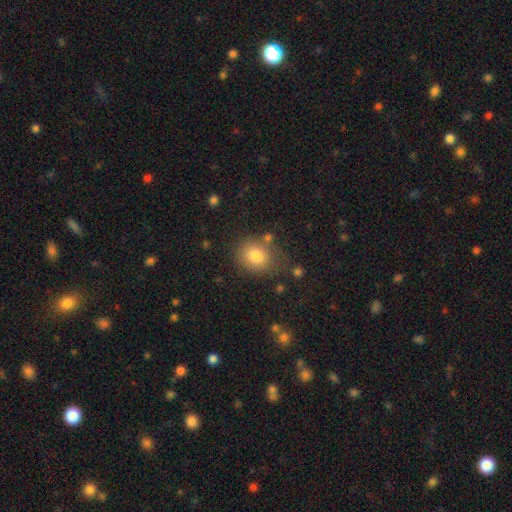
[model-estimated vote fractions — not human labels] The model was most divided on "how rounded": round: 61%, in between: 38%, cigar-shaped: 1%. More confident: smooth or featured — smooth (81%); merging — none (67%).